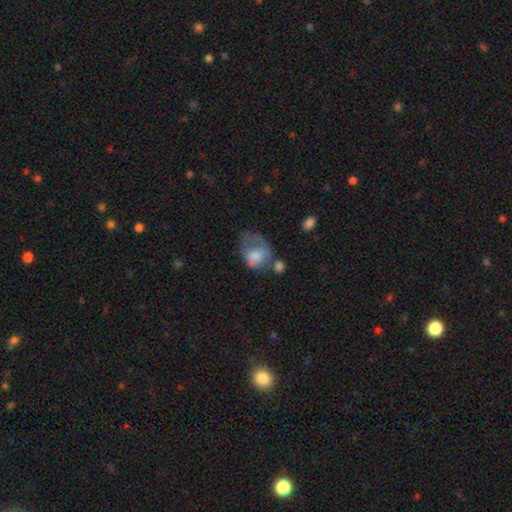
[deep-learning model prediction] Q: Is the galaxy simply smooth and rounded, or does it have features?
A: smooth — 61%.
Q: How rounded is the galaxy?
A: in between — 67%.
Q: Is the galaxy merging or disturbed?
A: major disturbance — 43%.